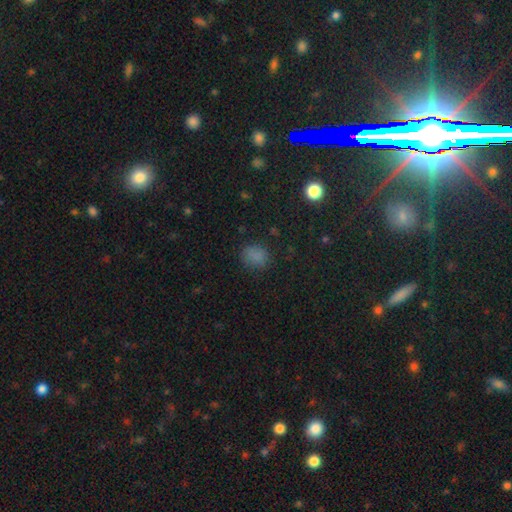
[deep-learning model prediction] Smooth or featured? smooth (78%)
How rounded? round (61%)
Merging? none (78%)